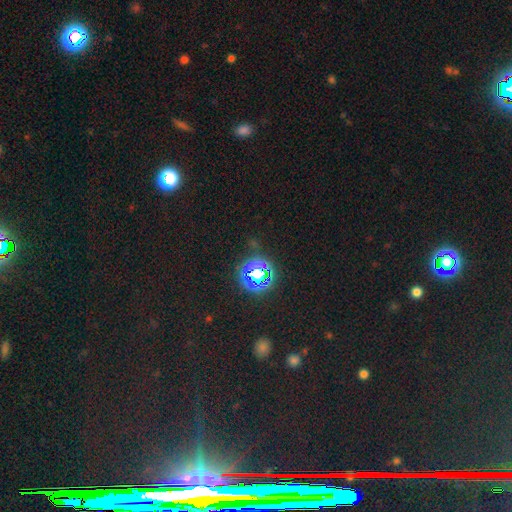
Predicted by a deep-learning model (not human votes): Smooth or featured: star or artifact — 71% (smooth — 21%)